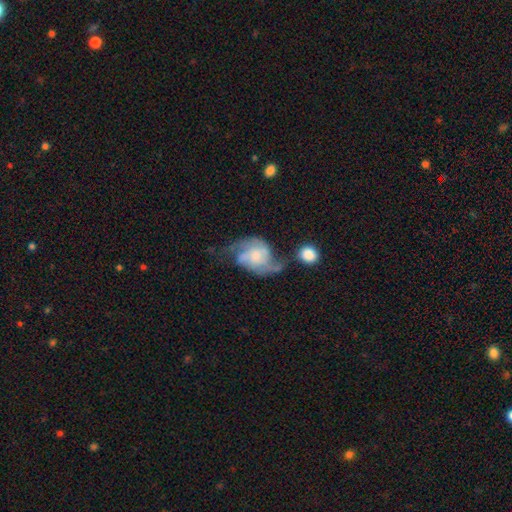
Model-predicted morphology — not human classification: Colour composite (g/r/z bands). It shows a featured or disk galaxy (71%) with no bar (68%), 2 (81%) loose (48%) spiral arms (89%) and a small central bulge (31%). Merging: none (34%).